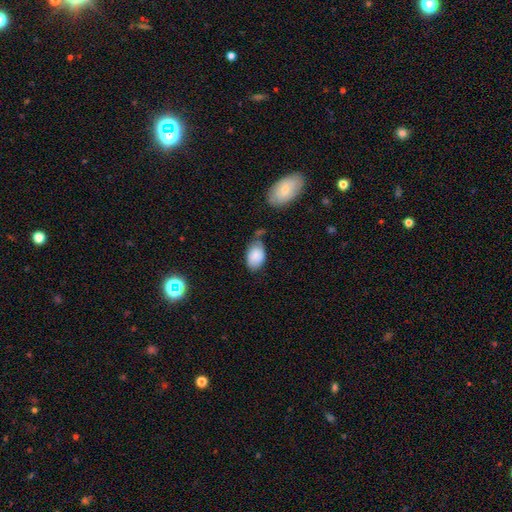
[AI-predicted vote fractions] Smooth or featured? Predicted: smooth (p=0.84). How rounded? Predicted: in between (p=0.90). Merging? Predicted: none (p=0.49).